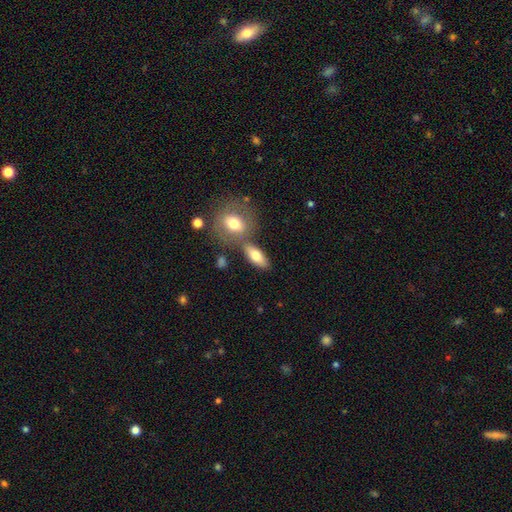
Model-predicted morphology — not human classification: This appears to be a smooth galaxy with no disk features (74%) that is in between round and cigar-shaped (78%). Merging: none (63%).